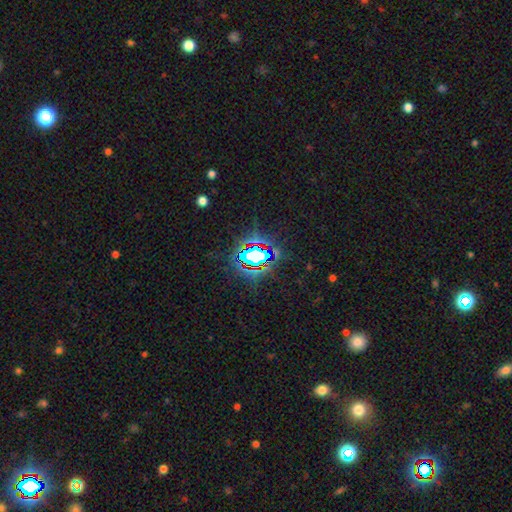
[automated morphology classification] Overall: star or artifact (74%).